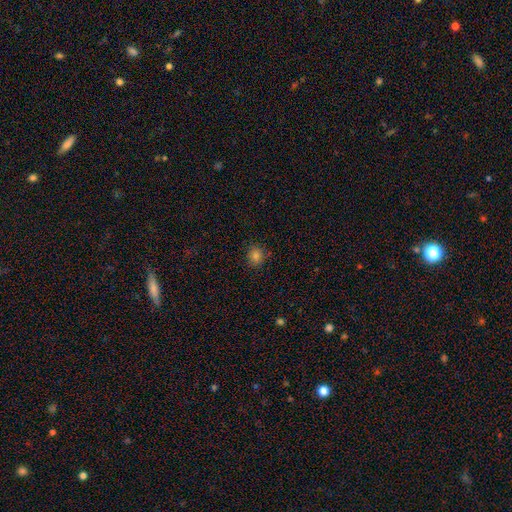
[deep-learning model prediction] A smooth galaxy with no disk features (81%) that is round (86%).

Vote fractions:
- Smooth or featured? smooth: 81% / star or artifact: 14% / featured or disk: 5%
- How rounded? round: 86% / in between: 13% / cigar-shaped: 1%
- Merging? none: 87% / minor disturbance: 9% / major disturbance: 2% / merger: 1%